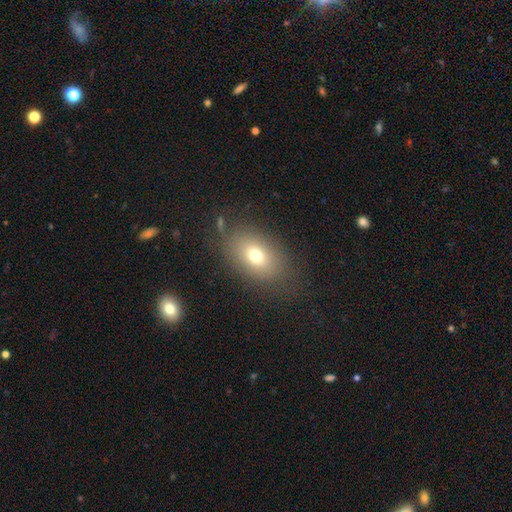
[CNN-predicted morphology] Overall: smooth (71%). How rounded: in between (77%). Merging: none (76%).